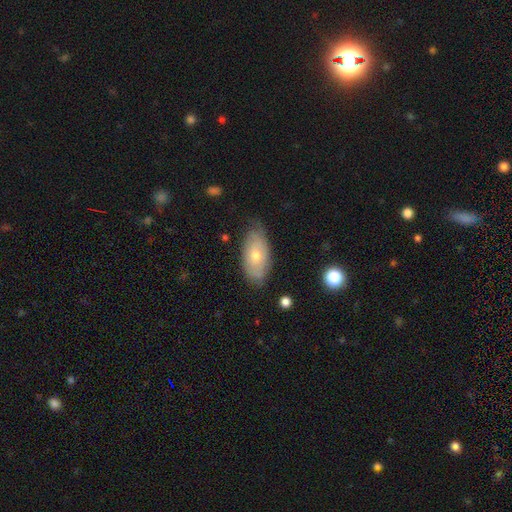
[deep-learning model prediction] Q: Smooth or featured?
A: featured or disk (49%); runner-up: smooth (44%)
Q: Merging?
A: none (71%); runner-up: minor disturbance (23%)